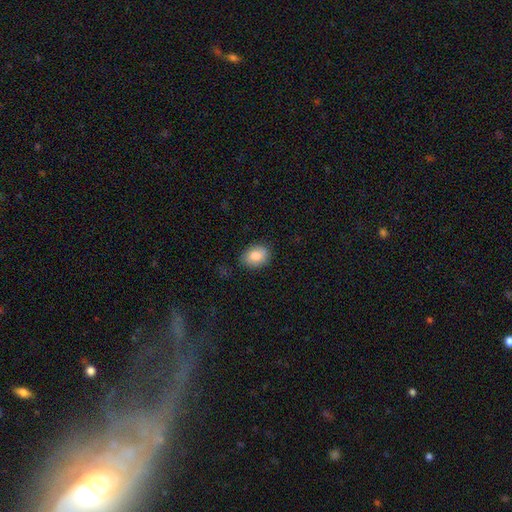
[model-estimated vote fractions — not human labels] Morphology: type=smooth (84%); roundness=in between (68%); merging=none (83%).